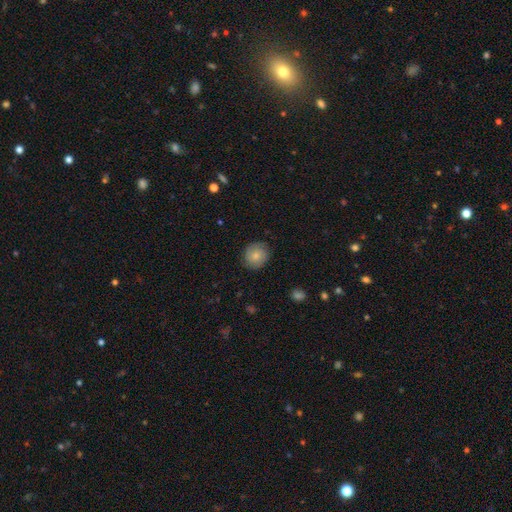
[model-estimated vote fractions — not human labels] Overall: smooth (64%; featured or disk 28%). How rounded: round (83%). Merging: none (84%).